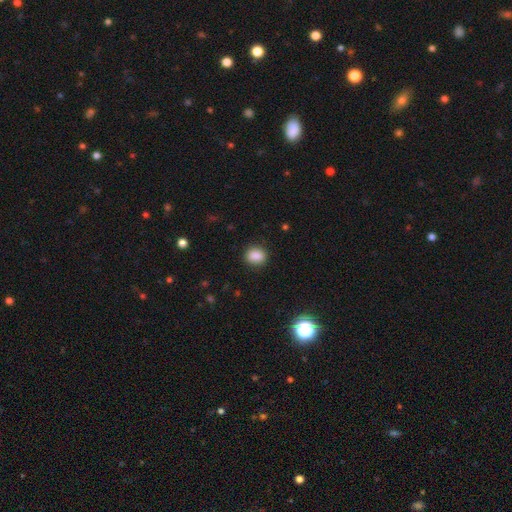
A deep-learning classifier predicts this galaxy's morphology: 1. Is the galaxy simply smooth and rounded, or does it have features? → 85% smooth, 9% star or artifact, 5% featured or disk.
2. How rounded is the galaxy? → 68% round, 31% in between, 1% cigar-shaped.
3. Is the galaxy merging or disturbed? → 89% none, 8% minor disturbance, 2% major disturbance, 1% merger.